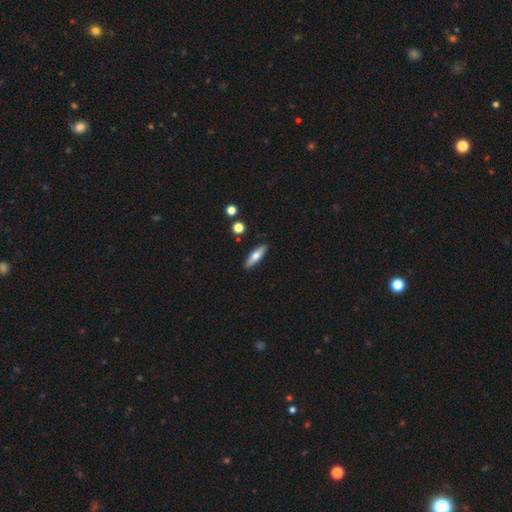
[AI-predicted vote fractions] Smooth or featured? Predicted: smooth (p=0.60). How rounded? Predicted: cigar-shaped (p=0.65). Merging? Predicted: none (p=0.88).